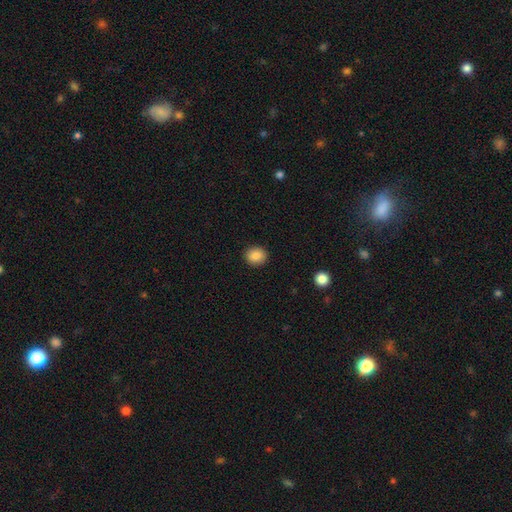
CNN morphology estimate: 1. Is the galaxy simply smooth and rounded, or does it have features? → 88% smooth, 9% star or artifact, 4% featured or disk.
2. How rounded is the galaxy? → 71% round, 28% in between, 1% cigar-shaped.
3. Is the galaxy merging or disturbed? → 91% none, 6% minor disturbance, 2% major disturbance, 1% merger.